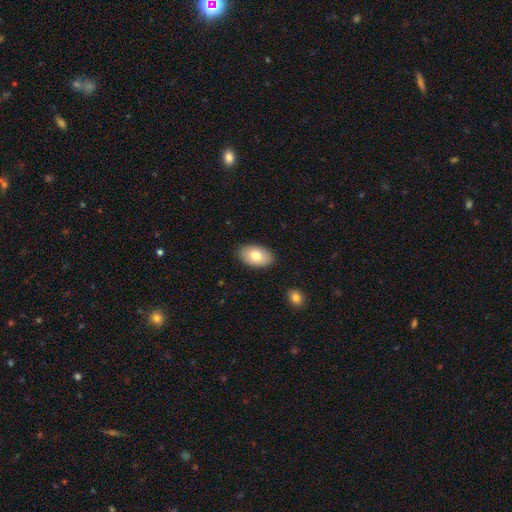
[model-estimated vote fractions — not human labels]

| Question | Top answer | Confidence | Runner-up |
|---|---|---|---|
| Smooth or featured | smooth | 77% | featured or disk (16%) |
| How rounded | in between | 92% | round (7%) |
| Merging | none | 88% | minor disturbance (9%) |